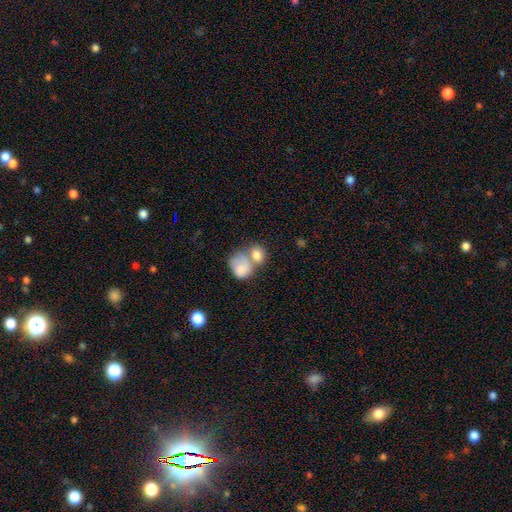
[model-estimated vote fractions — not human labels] Q: Smooth or featured?
A: smooth (72%); runner-up: featured or disk (19%)
Q: How rounded?
A: round (62%); runner-up: in between (37%)
Q: Merging?
A: merger (58%); runner-up: none (26%)